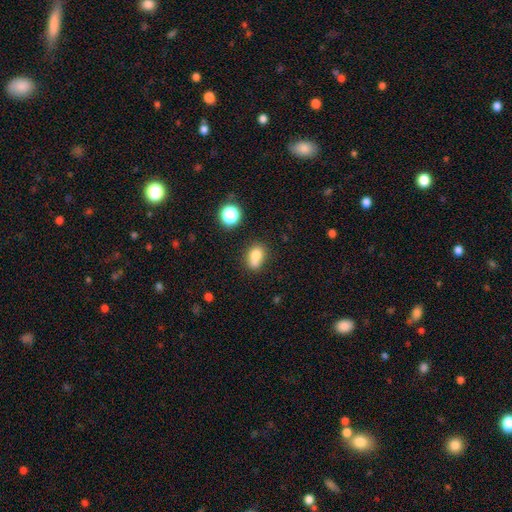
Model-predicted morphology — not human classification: A smooth galaxy with no disk features (75%) that is in between round and cigar-shaped (65%).

Vote fractions:
- Smooth or featured? smooth: 75% / featured or disk: 13% / star or artifact: 12%
- How rounded? in between: 65% / round: 32% / cigar-shaped: 3%
- Merging? none: 47% / merger: 25% / minor disturbance: 21% / major disturbance: 7%